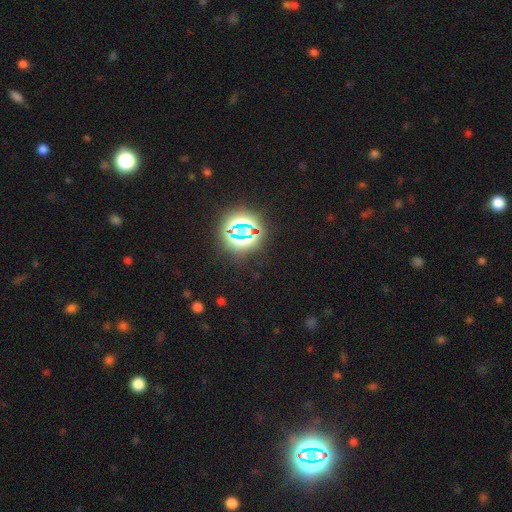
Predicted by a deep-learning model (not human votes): star or artifact 82%, smooth 12%, featured or disk 6%.